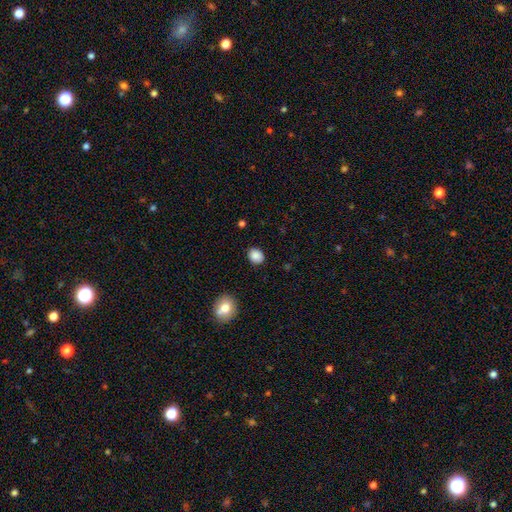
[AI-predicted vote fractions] A smooth galaxy with no disk features (87%) that is round (52%).

Vote fractions:
- Smooth or featured? smooth: 87% / star or artifact: 9% / featured or disk: 4%
- How rounded? round: 52% / in between: 47% / cigar-shaped: 1%
- Merging? none: 86% / minor disturbance: 10% / major disturbance: 2% / merger: 1%